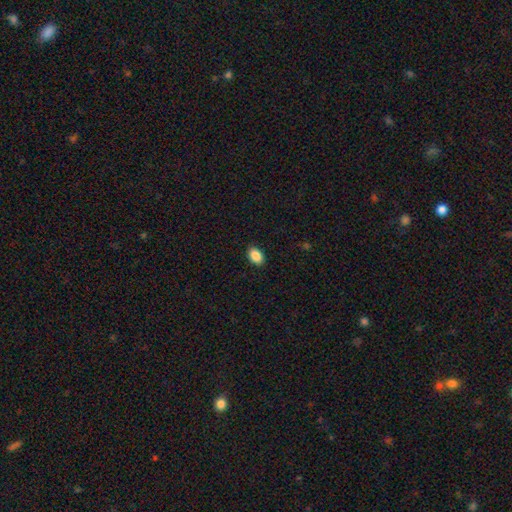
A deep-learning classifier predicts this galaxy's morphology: Smooth or featured?
  - smooth: 88% *
  - star or artifact: 8%
  - featured or disk: 4%
How rounded?
  - in between: 86% *
  - round: 12%
  - cigar-shaped: 1%
Merging?
  - none: 90% *
  - minor disturbance: 7%
  - major disturbance: 2%
  - merger: 1%